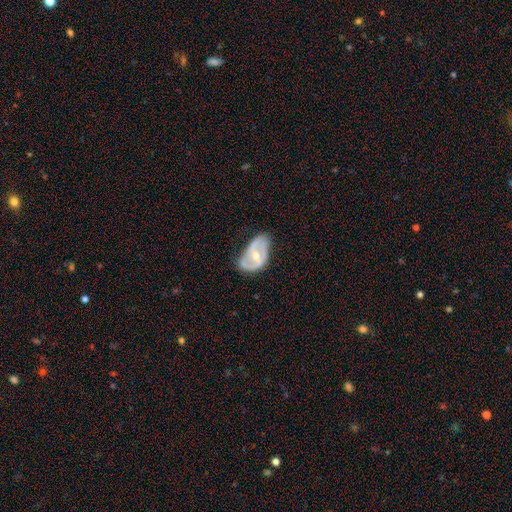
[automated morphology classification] smooth-or-featured: featured or disk: 75% | smooth: 20% | star or artifact: 6%
  disk-edge-on: no: 96% | yes: 4%
    bar: weak: 42% | no: 33% | strong: 25%
    has-spiral-arms: yes: 77% | no: 23%
      spiral-winding: medium: 45% | loose: 31% | tight: 24%
      spiral-arm-count: 2: 72% | can't tell: 14% | 1: 7% | 3: 4% | 4: 1% | more than 4: 1%
    bulge-size: moderate: 57% | small: 39% | large: 2% | none: 1% | dominant: 1%
  merging: none: 43% | minor disturbance: 37% | major disturbance: 18% | merger: 2%